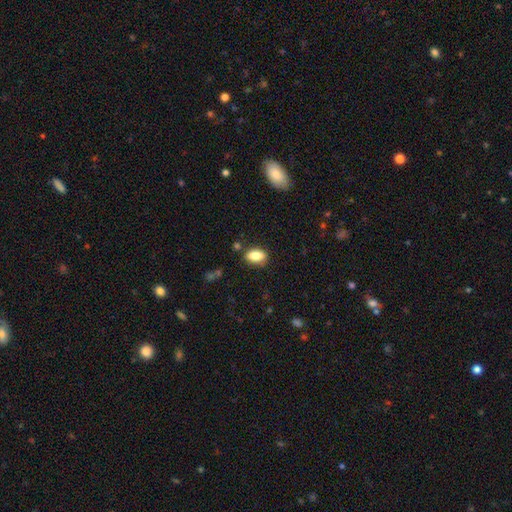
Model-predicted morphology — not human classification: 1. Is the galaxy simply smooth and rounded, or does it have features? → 86% smooth, 8% star or artifact, 6% featured or disk.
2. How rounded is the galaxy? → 89% in between, 7% round, 4% cigar-shaped.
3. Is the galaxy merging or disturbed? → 79% none, 15% minor disturbance, 3% major disturbance, 3% merger.